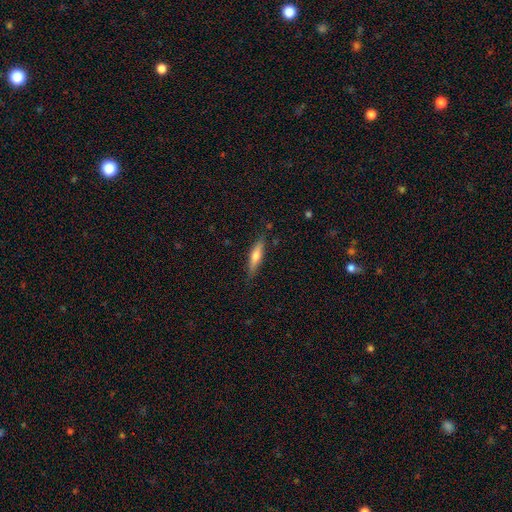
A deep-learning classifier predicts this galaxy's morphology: Smooth or featured? smooth (60%)
How rounded? cigar-shaped (78%)
Merging? none (83%)